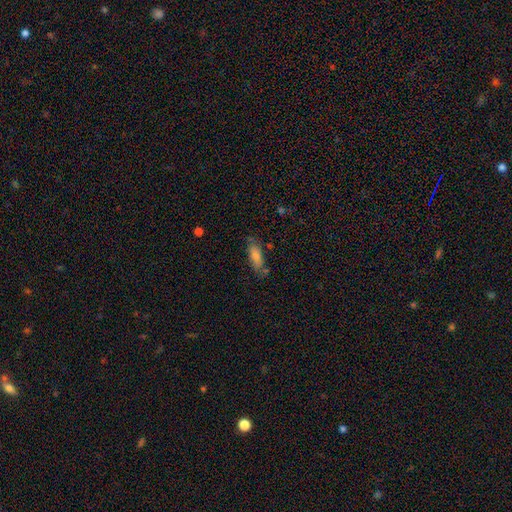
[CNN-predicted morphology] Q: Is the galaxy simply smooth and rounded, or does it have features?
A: smooth — 69%.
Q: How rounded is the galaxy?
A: in between — 56%.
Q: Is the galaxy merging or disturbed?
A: none — 71%.